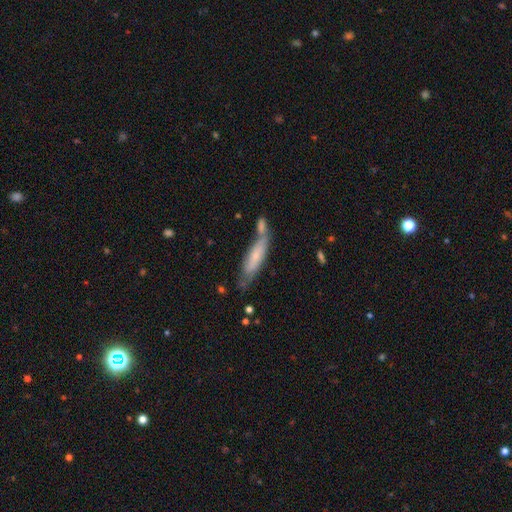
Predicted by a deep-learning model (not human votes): A smooth galaxy with no disk features (57%) that is cigar-shaped (71%).

Vote fractions:
- Smooth or featured? smooth: 57% / featured or disk: 36% / star or artifact: 7%
- How rounded? cigar-shaped: 71% / in between: 28% / round: 2%
- Merging? none: 44% / merger: 29% / minor disturbance: 20% / major disturbance: 7%